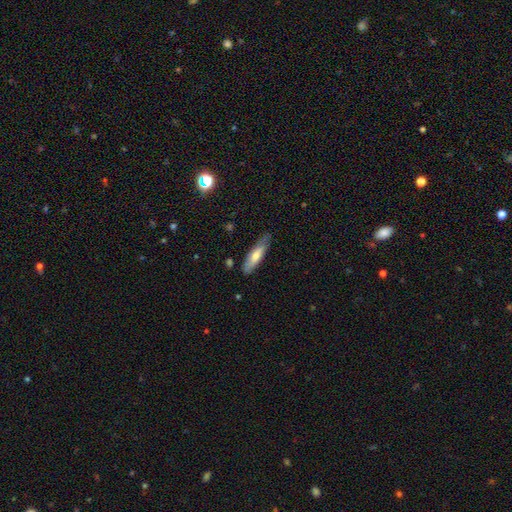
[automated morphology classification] smooth-or-featured: smooth: 65% | featured or disk: 29% | star or artifact: 6%
  how-rounded: cigar-shaped: 68% | in between: 30% | round: 2%
  merging: none: 76% | minor disturbance: 19% | major disturbance: 3% | merger: 2%